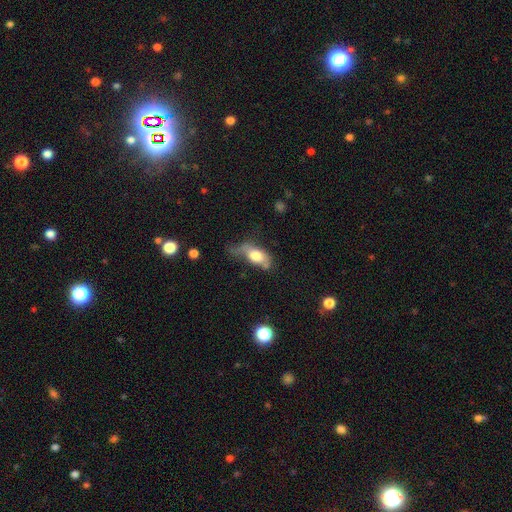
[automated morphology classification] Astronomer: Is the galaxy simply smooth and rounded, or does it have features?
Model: smooth — 65%.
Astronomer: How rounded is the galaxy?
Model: in between — 81%.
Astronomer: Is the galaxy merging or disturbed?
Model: major disturbance — 34% (runner-up: minor disturbance, 30%).